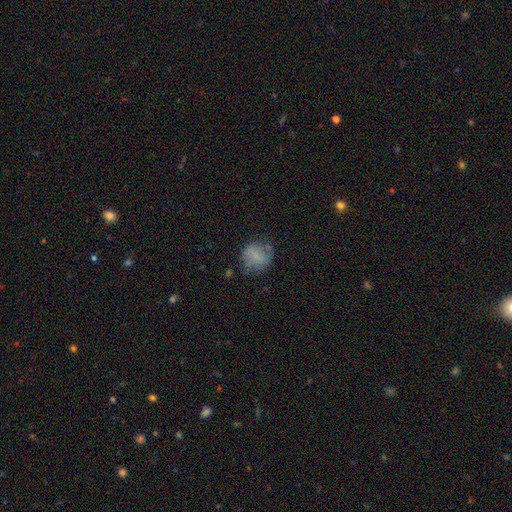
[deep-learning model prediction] Q: Smooth or featured?
A: smooth (68%); runner-up: featured or disk (21%)
Q: How rounded?
A: round (73%); runner-up: in between (26%)
Q: Merging?
A: none (57%); runner-up: minor disturbance (26%)